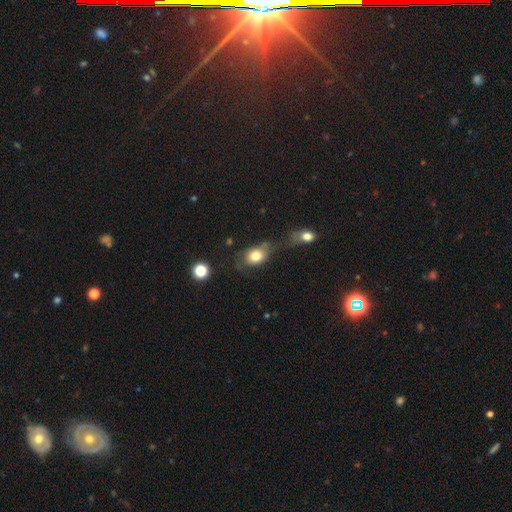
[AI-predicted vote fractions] Morphology: type=smooth (78%); roundness=in between (65%); merging=none (44%).